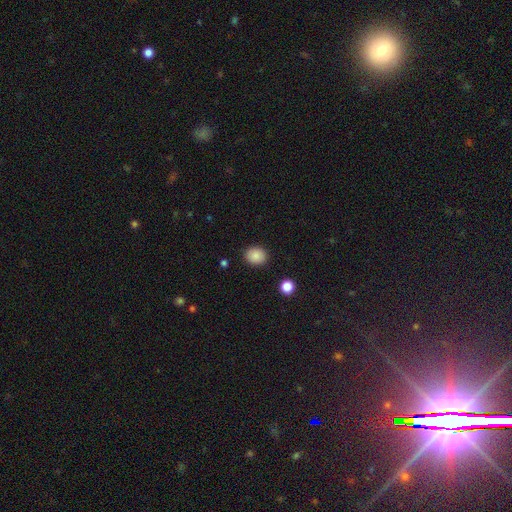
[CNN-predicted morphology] A smooth galaxy with no disk features (87%) that is round (65%).

Vote fractions:
- Smooth or featured? smooth: 87% / star or artifact: 9% / featured or disk: 4%
- How rounded? round: 65% / in between: 34% / cigar-shaped: 1%
- Merging? none: 89% / minor disturbance: 7% / major disturbance: 2% / merger: 1%